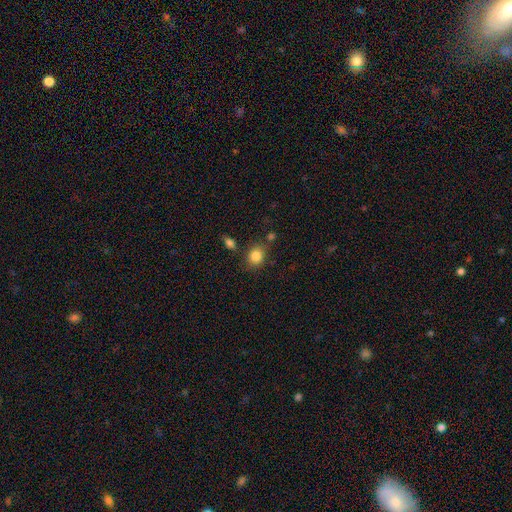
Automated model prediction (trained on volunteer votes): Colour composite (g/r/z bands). It shows a smooth galaxy with no disk features (83%) that is round (64%). Merging: none (73%).